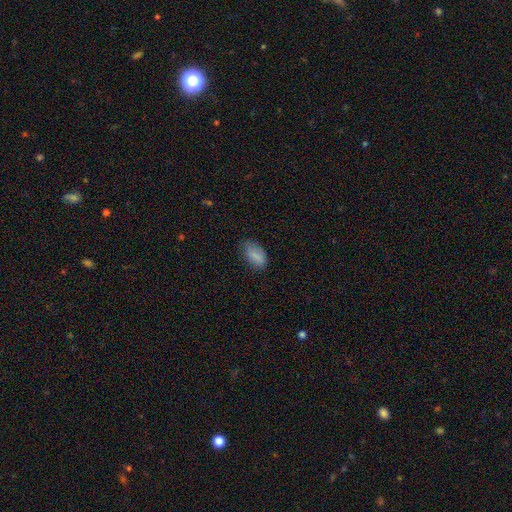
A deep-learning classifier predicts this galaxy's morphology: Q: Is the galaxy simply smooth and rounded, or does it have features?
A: smooth — 85%.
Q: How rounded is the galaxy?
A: in between — 93%.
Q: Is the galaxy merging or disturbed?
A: none — 67%.